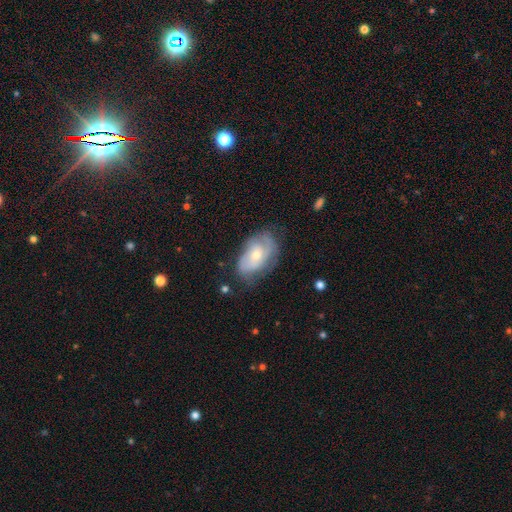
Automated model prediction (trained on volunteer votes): Q: Smooth or featured?
A: featured or disk (59%); runner-up: smooth (34%)
Q: Edge-on disk?
A: no (95%); runner-up: yes (5%)
Q: Bar?
A: no (71%); runner-up: weak (24%)
Q: Spiral arms?
A: yes (76%); runner-up: no (24%)
Q: Bulge size?
A: moderate (47%); tied with: small (47%)
Q: Merging?
A: none (59%); runner-up: minor disturbance (28%)